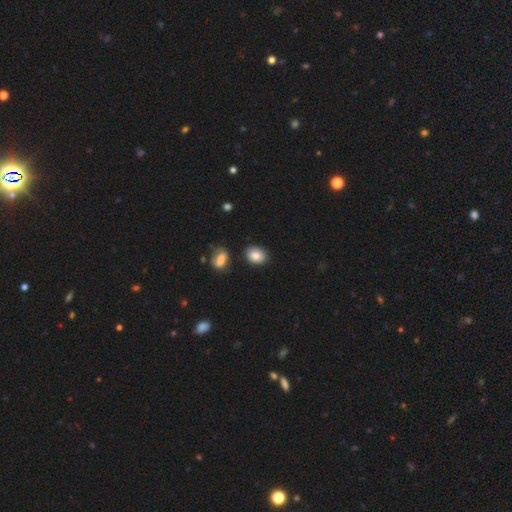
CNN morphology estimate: smooth_or_featured: smooth (p=0.86) [alt: star or artifact p=0.08]
how_rounded: in between (p=0.68) [alt: round p=0.31]
merging: none (p=0.82) [alt: minor disturbance p=0.12]